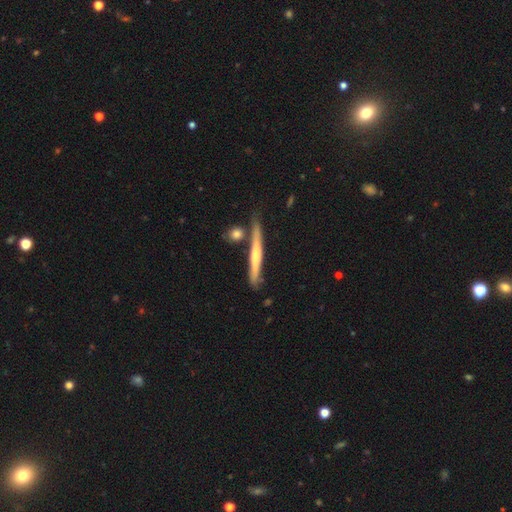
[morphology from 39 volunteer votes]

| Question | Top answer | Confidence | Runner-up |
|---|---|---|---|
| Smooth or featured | smooth | 59% | featured or disk (31%) |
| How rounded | cigar-shaped | 100% | — |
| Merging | none | 66% | minor disturbance (17%) |